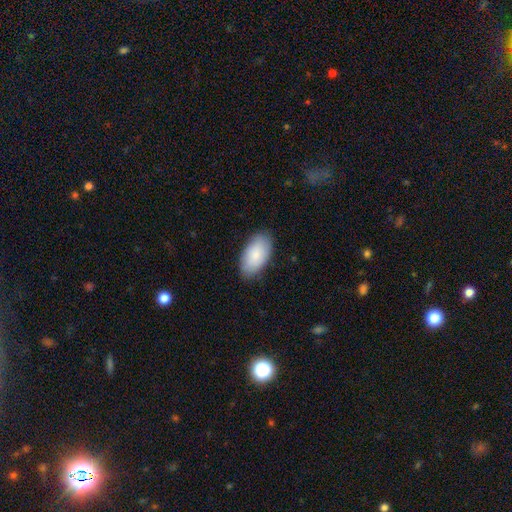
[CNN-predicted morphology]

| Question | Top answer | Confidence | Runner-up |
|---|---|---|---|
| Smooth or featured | smooth | 84% | featured or disk (10%) |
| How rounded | in between | 96% | round (3%) |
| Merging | none | 83% | minor disturbance (13%) |